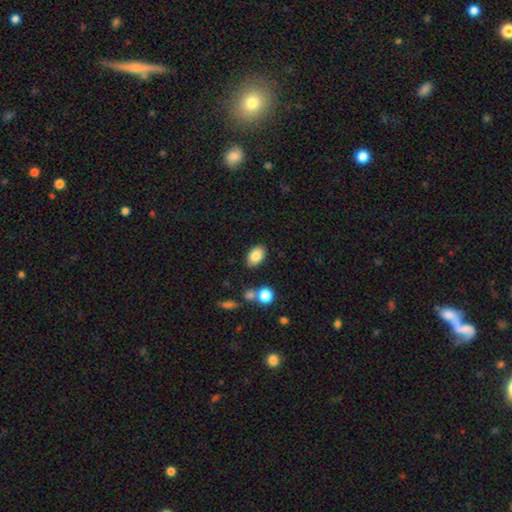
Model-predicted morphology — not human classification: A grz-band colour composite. It shows a smooth galaxy with no disk features (83%) that is in between round and cigar-shaped (87%). Merging: none (84%).